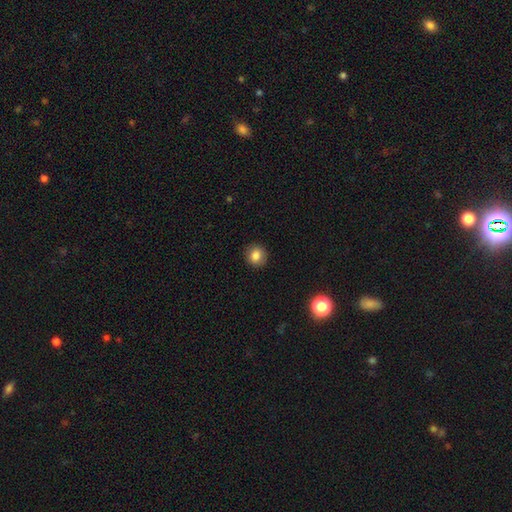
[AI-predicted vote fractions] Q: Smooth or featured?
A: smooth (84%); runner-up: star or artifact (10%)
Q: How rounded?
A: round (88%); runner-up: in between (11%)
Q: Merging?
A: none (91%); runner-up: minor disturbance (7%)